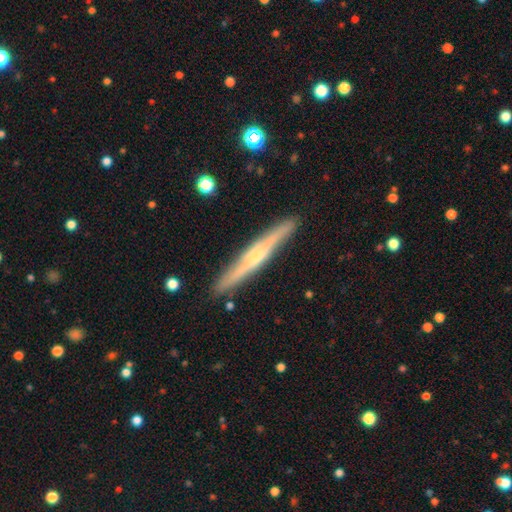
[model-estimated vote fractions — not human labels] smooth_or_featured: featured or disk (p=0.65) [alt: smooth p=0.29]
disk_edge_on: yes (p=0.96) [alt: no p=0.04]
edge_on_bulge: rounded (p=0.67) [alt: none p=0.23]
merging: none (p=0.89) [alt: minor disturbance p=0.08]